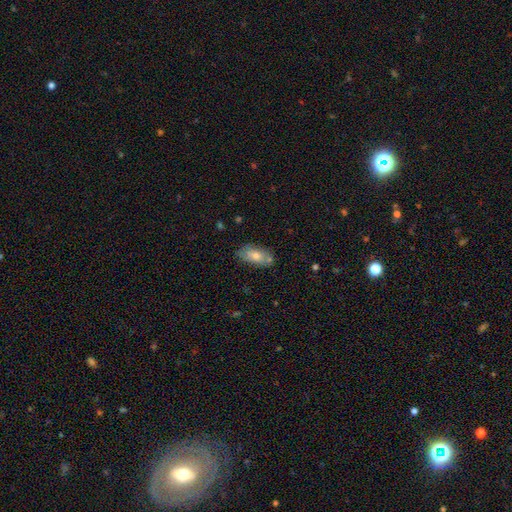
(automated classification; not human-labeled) Smooth or featured: smooth — 62% (featured or disk — 29%)
How rounded: in between — 86% (cigar-shaped — 10%)
Merging: none — 71% (minor disturbance — 18%)